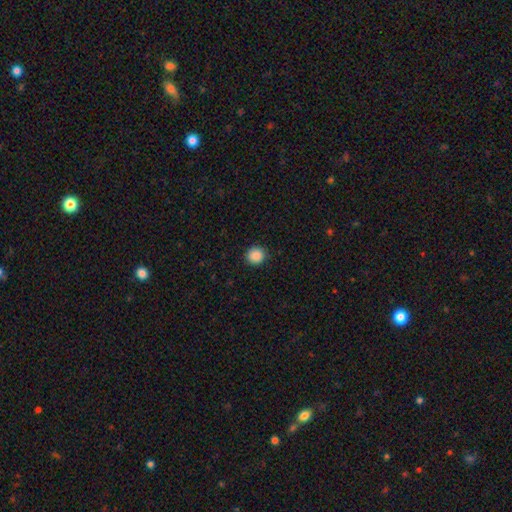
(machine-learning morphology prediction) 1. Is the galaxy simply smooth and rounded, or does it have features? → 88% smooth, 9% star or artifact, 3% featured or disk.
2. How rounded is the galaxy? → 91% round, 8% in between, 1% cigar-shaped.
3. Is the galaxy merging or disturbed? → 90% none, 7% minor disturbance, 2% major disturbance, 1% merger.